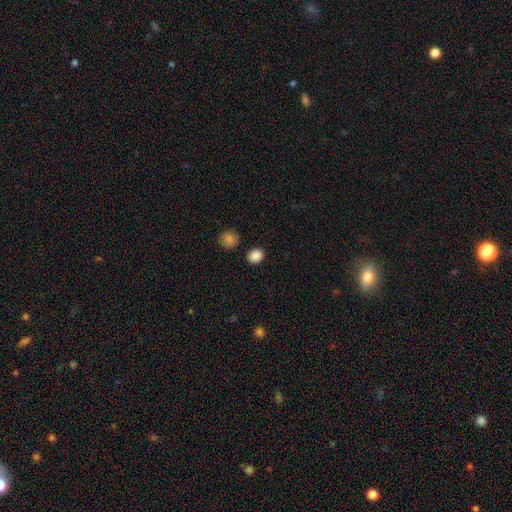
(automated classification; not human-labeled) Q: Smooth or featured?
A: smooth (87%); runner-up: star or artifact (10%)
Q: How rounded?
A: round (63%); runner-up: in between (36%)
Q: Merging?
A: none (88%); runner-up: minor disturbance (7%)